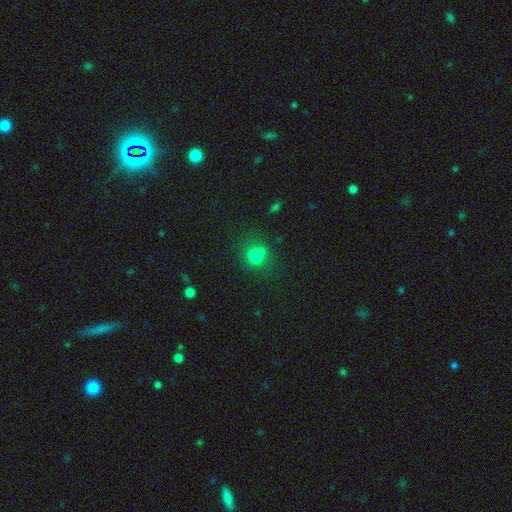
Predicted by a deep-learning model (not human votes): Overall: smooth (74%). How rounded: round (79%). Merging: none (56%; merger 22%).